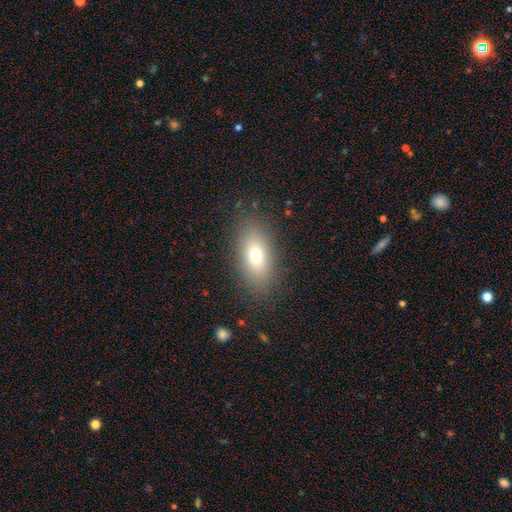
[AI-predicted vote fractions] Smooth or featured? smooth (70%)
How rounded? in between (84%)
Merging? none (85%)